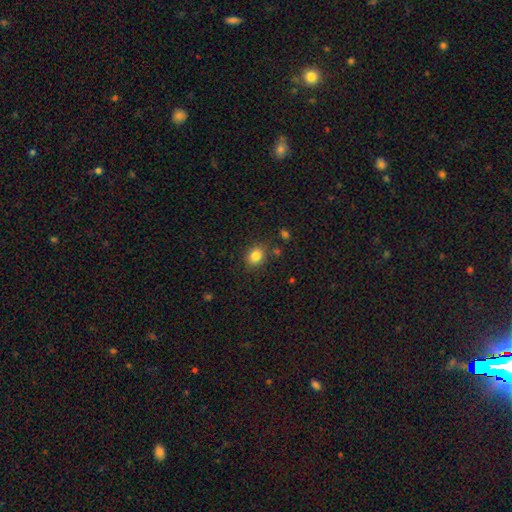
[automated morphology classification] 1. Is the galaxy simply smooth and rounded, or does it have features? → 84% smooth, 10% star or artifact, 6% featured or disk.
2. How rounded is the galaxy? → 50% round, 49% in between, 1% cigar-shaped.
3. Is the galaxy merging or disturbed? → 82% none, 11% minor disturbance, 4% merger, 3% major disturbance.